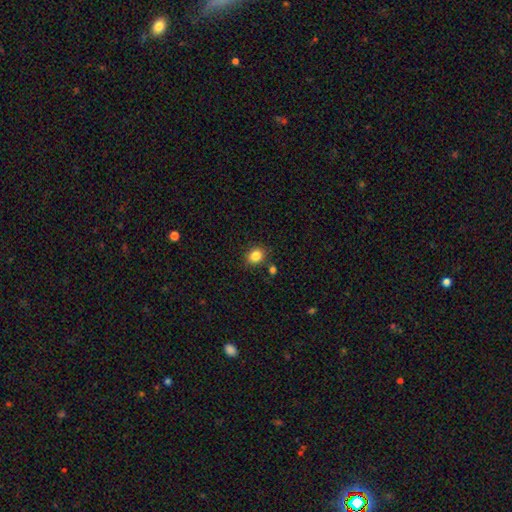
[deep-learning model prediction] The model was most divided on "how rounded": round: 60%, in between: 39%, cigar-shaped: 1%. More confident: smooth or featured — smooth (84%); merging — none (81%).